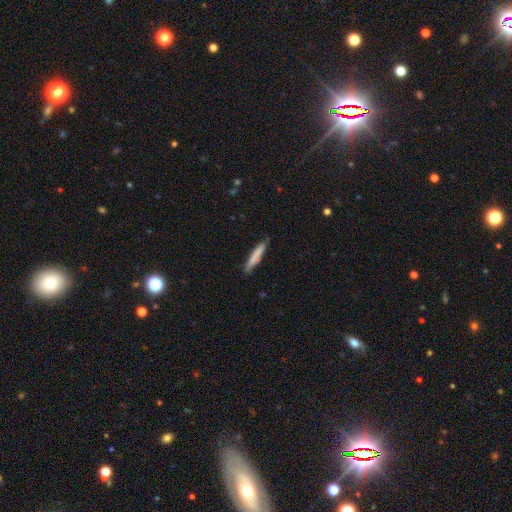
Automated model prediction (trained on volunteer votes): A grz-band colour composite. It shows a smooth galaxy with no disk features (74%) that is cigar-shaped (93%). Merging: none (85%).